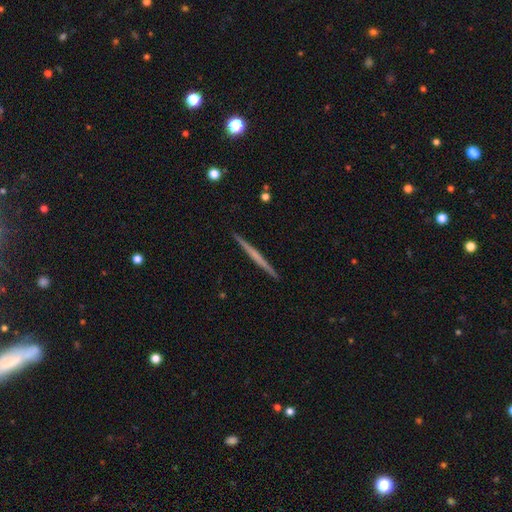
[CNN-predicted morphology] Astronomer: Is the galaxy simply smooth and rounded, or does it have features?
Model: featured or disk — 59% (runner-up: smooth, 36%).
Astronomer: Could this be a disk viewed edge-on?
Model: yes — 98%.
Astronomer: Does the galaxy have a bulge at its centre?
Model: none — 83%.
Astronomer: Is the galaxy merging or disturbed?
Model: none — 93%.